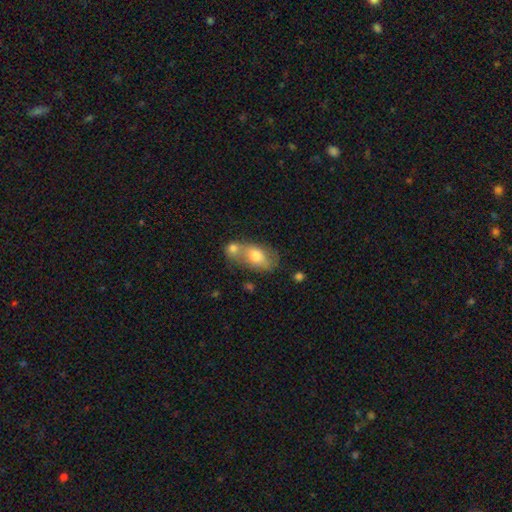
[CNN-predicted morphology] This appears to be a smooth galaxy with no disk features (70%) that is in between round and cigar-shaped (84%). Merging: merger (49%).